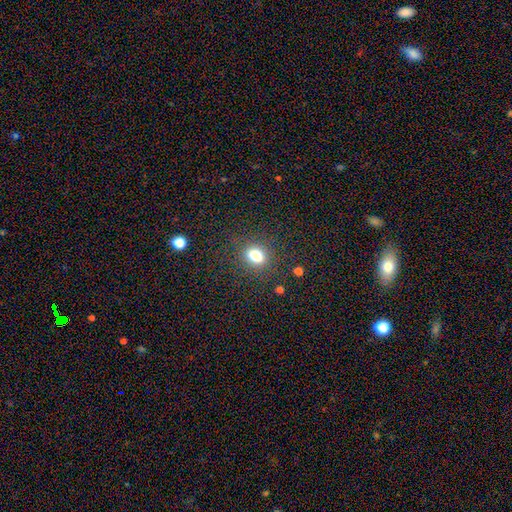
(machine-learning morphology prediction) Q: Smooth or featured?
A: smooth (79%); runner-up: star or artifact (13%)
Q: How rounded?
A: in between (58%); runner-up: round (40%)
Q: Merging?
A: none (82%); runner-up: minor disturbance (11%)